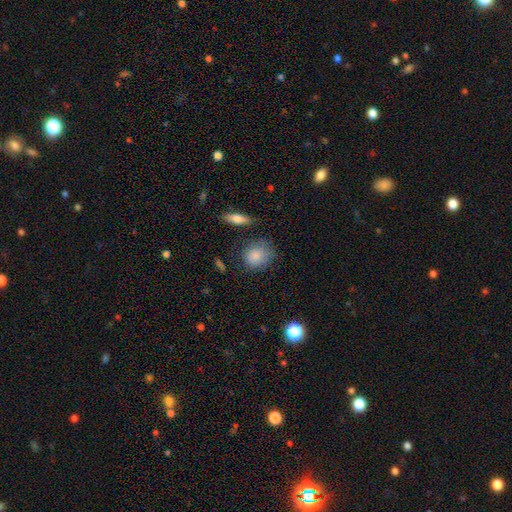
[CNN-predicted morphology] type=smooth (85%); roundness=round (73%); merging=none (71%).